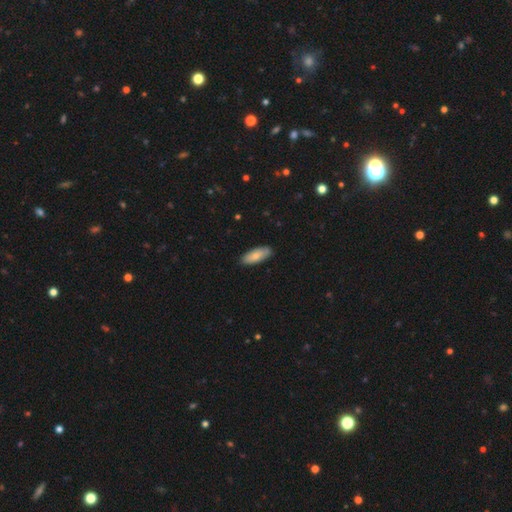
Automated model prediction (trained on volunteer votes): smooth_or_featured: smooth (p=0.76) [alt: featured or disk p=0.18]
how_rounded: in between (p=0.77) [alt: cigar-shaped p=0.21]
merging: none (p=0.84) [alt: minor disturbance p=0.13]